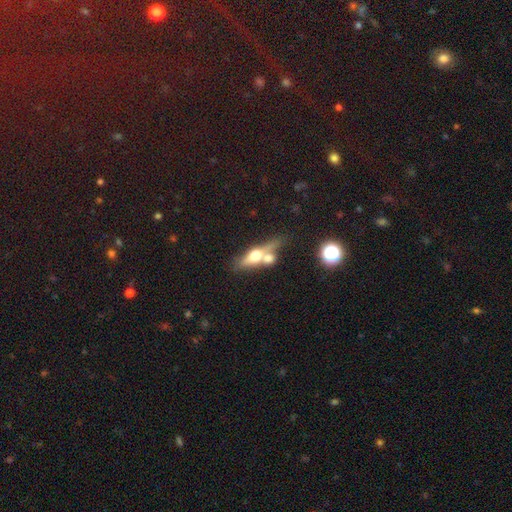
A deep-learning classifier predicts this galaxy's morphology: The model was most divided on "smooth or featured": smooth: 46%, featured or disk: 45%, star or artifact: 9%. Remaining: merging — merger (50%).